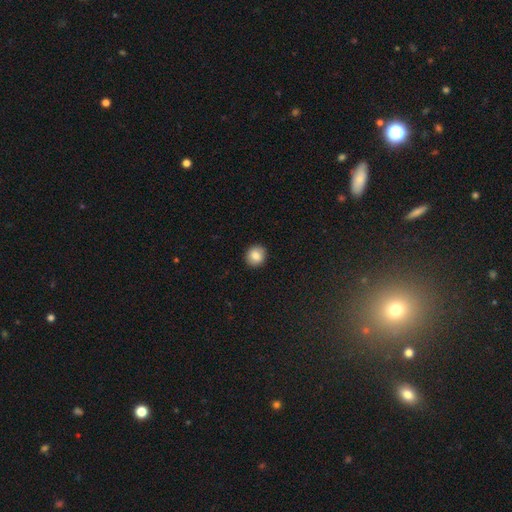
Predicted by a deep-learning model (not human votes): A smooth galaxy with no disk features (84%) that is round (86%).

Vote fractions:
- Smooth or featured? smooth: 84% / star or artifact: 9% / featured or disk: 8%
- How rounded? round: 86% / in between: 13% / cigar-shaped: 1%
- Merging? none: 92% / minor disturbance: 6% / major disturbance: 2% / merger: 1%